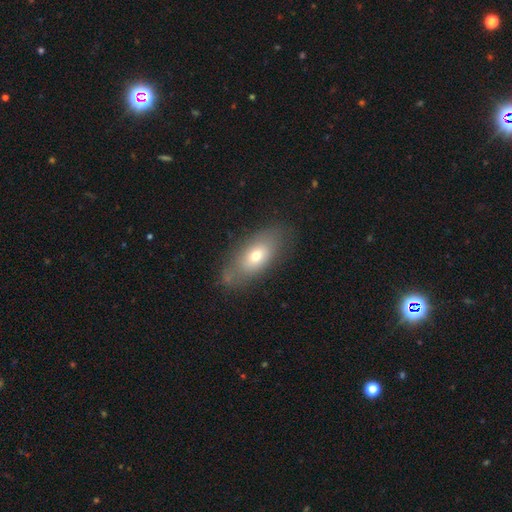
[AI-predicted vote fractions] smooth_or_featured: smooth (p=0.65) [alt: featured or disk p=0.26]
how_rounded: in between (p=0.83) [alt: cigar-shaped p=0.10]
merging: none (p=0.75) [alt: minor disturbance p=0.16]